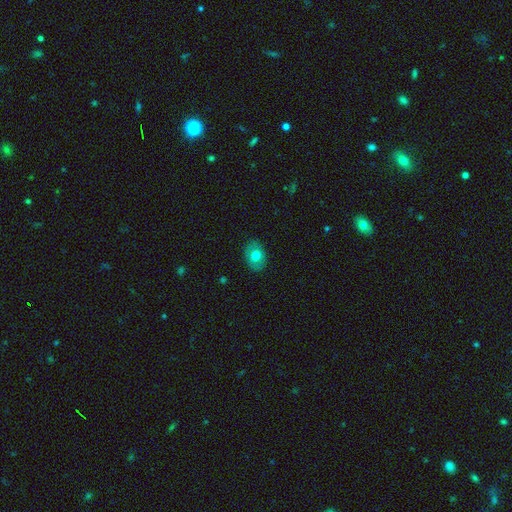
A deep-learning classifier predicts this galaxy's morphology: This is likely a smooth galaxy (68%). How rounded: likely in between (70%). Merging: clearly none (86%).